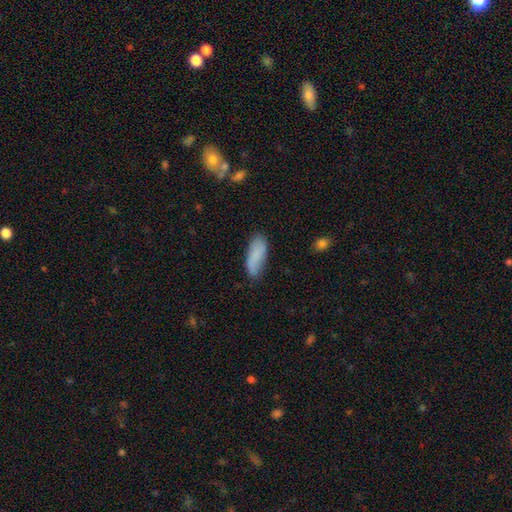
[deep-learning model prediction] Morphology: type=smooth (82%); roundness=in between (71%); merging=none (74%).